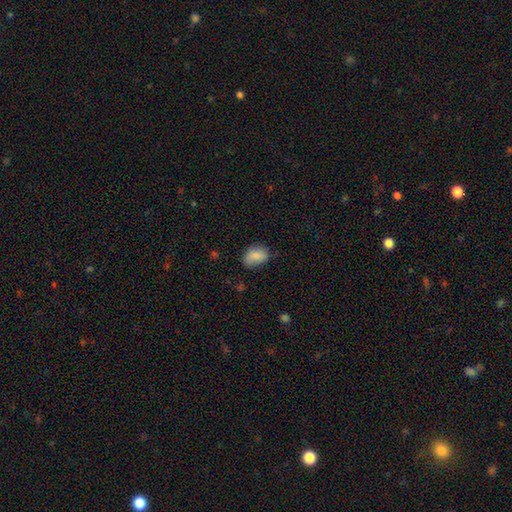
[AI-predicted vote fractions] Morphology: type=smooth (83%); roundness=in between (77%); merging=none (64%).